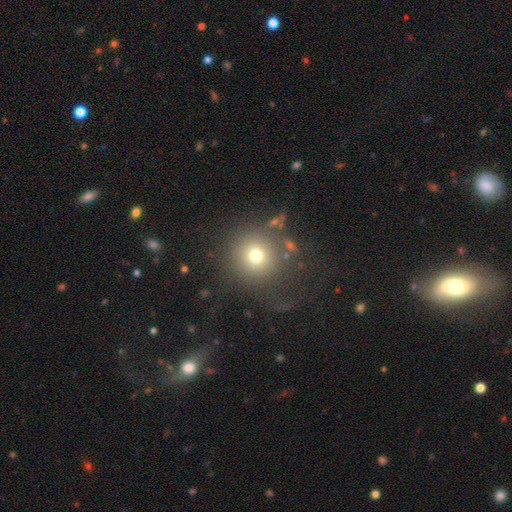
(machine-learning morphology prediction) A smooth galaxy with no disk features (71%) that is round (94%).

Vote fractions:
- Smooth or featured? smooth: 71% / star or artifact: 16% / featured or disk: 13%
- How rounded? round: 94% / in between: 5% / cigar-shaped: 1%
- Merging? none: 70% / major disturbance: 14% / minor disturbance: 12% / merger: 4%